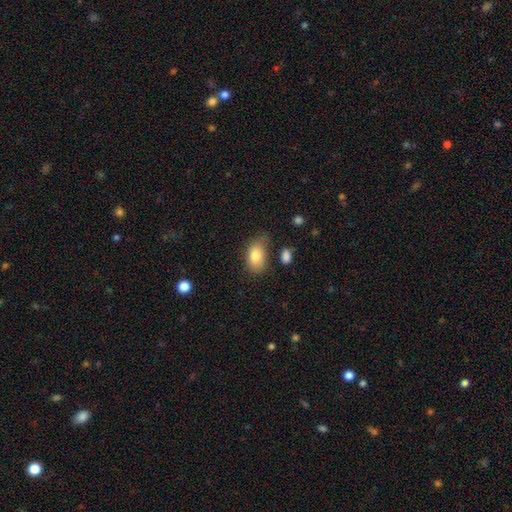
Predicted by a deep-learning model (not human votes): A smooth galaxy with no disk features (82%) that is in between round and cigar-shaped (90%). Merging: none (58%).